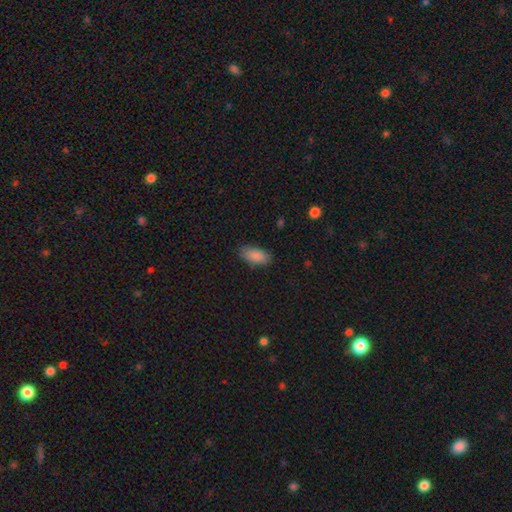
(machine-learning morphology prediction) smooth 88%, star or artifact 7%, featured or disk 5%. Down the decision tree: how rounded — in between (91%); merging — none (84%).